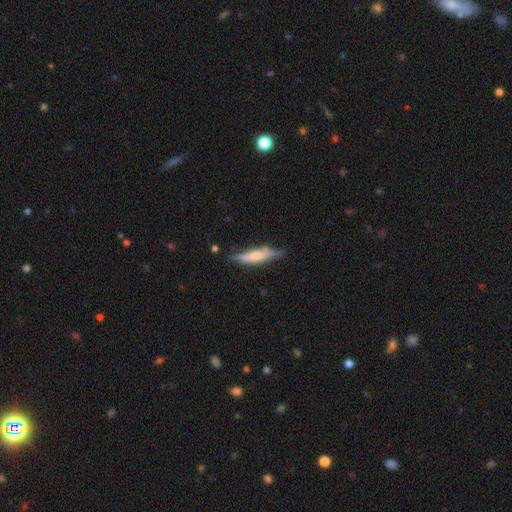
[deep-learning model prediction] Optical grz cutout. It shows a smooth galaxy with no disk features (54%) that is cigar-shaped (78%). Merging: none (68%).